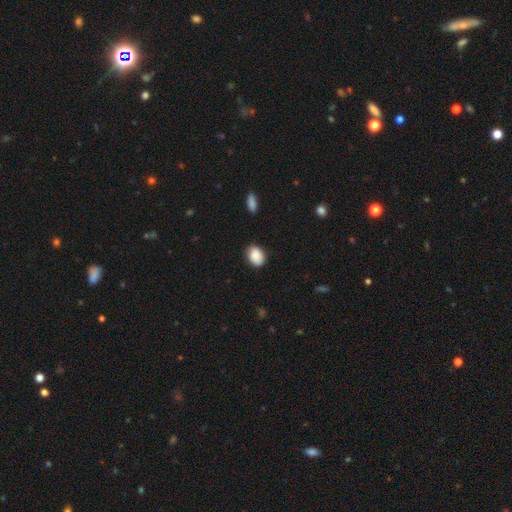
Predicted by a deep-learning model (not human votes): Smooth or featured? smooth (88%)
How rounded? in between (68%)
Merging? none (78%)